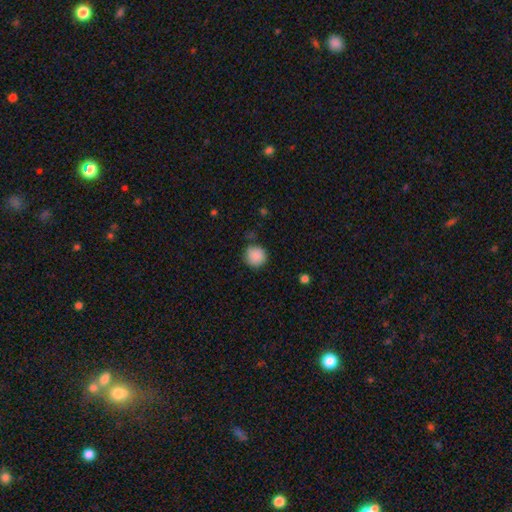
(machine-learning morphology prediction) Overall: smooth (88%). How rounded: round (92%). Merging: none (80%).